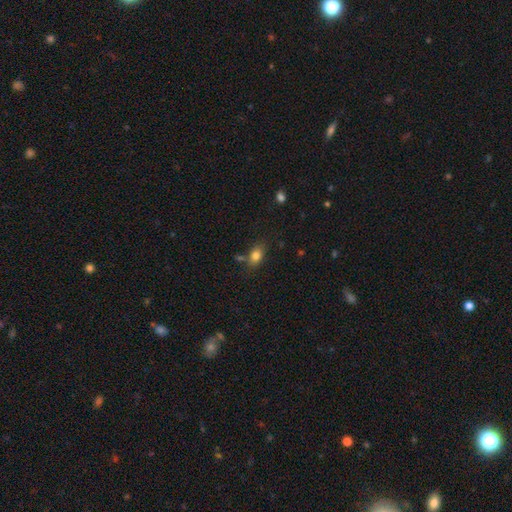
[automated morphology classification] Q: Smooth or featured?
A: smooth (81%); runner-up: star or artifact (10%)
Q: How rounded?
A: in between (80%); runner-up: round (17%)
Q: Merging?
A: none (69%); runner-up: minor disturbance (15%)